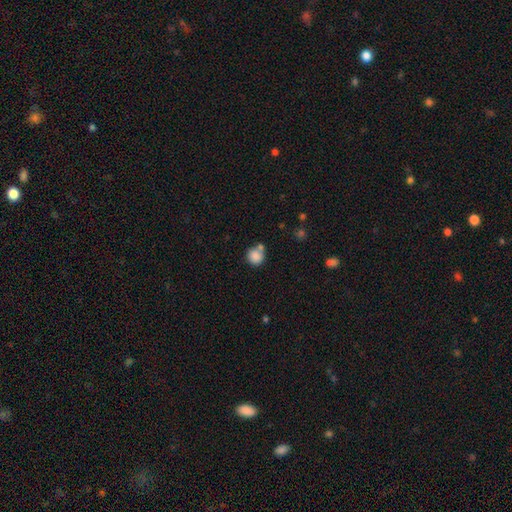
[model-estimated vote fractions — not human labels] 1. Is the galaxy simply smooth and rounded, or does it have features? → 85% smooth, 10% star or artifact, 5% featured or disk.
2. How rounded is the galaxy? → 88% round, 11% in between, 1% cigar-shaped.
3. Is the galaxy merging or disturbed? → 61% none, 23% merger, 12% minor disturbance, 4% major disturbance.